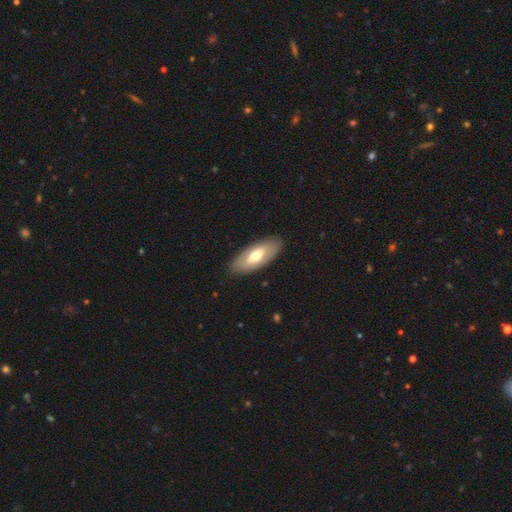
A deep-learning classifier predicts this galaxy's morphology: Smooth or featured? smooth (50%)
How rounded? in between (84%)
Merging? none (86%)